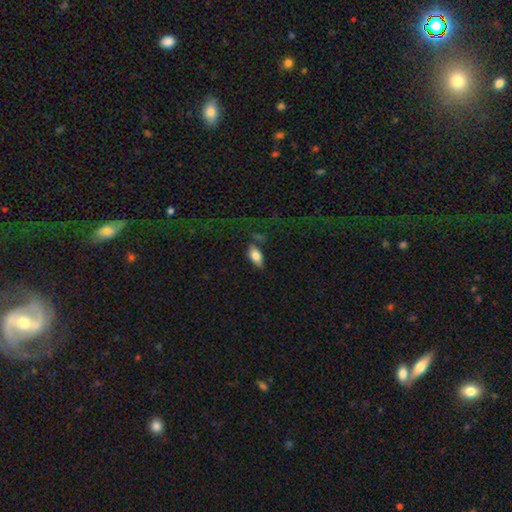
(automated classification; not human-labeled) smooth 76%, featured or disk 17%, star or artifact 8%. Down the decision tree: how rounded — in between (88%); merging — none (70%).